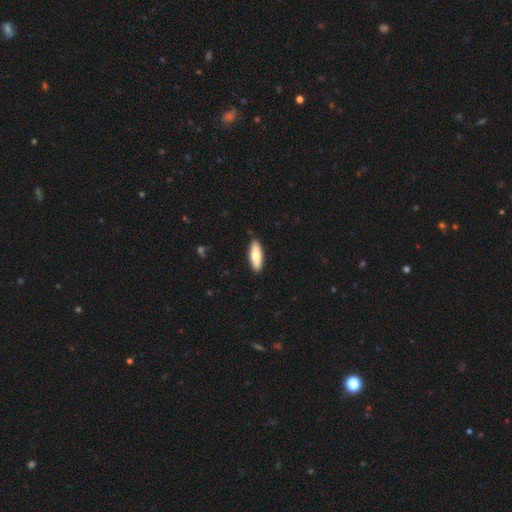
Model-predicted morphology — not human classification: smooth_or_featured: smooth (p=0.75) [alt: featured or disk p=0.20]
how_rounded: in between (p=0.58) [alt: cigar-shaped p=0.40]
merging: none (p=0.90) [alt: minor disturbance p=0.07]